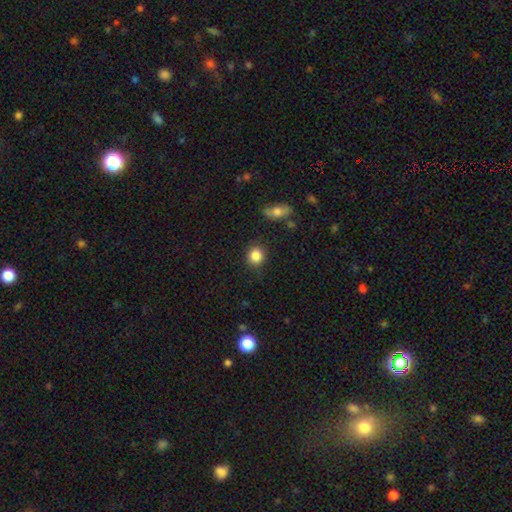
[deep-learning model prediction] This is clearly a smooth galaxy (85%). How rounded: clearly round (82%). Merging: clearly none (85%).